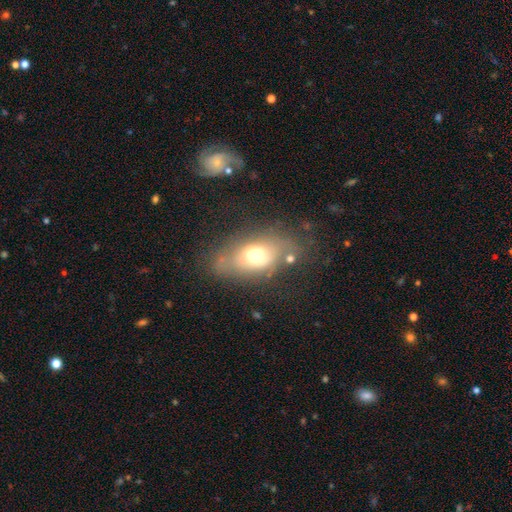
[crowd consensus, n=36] A featured or disk galaxy (50%) with no bar (81%), no spiral arms (75%) and a moderate central bulge (62%).

Vote fractions:
- Smooth or featured? featured or disk: 50% / smooth: 44% / star or artifact: 6%
- Edge-on disk? no: 89% / yes: 11%
- Bar? no: 81% / weak: 12% / strong: 6%
- Spiral arms? no: 75% / yes: 25%
- Bulge size? moderate: 62% / large: 19% / small: 19% / dominant: 0% / none: 0%
- Merging? none: 79% / minor disturbance: 12% / major disturbance: 6% / merger: 3%